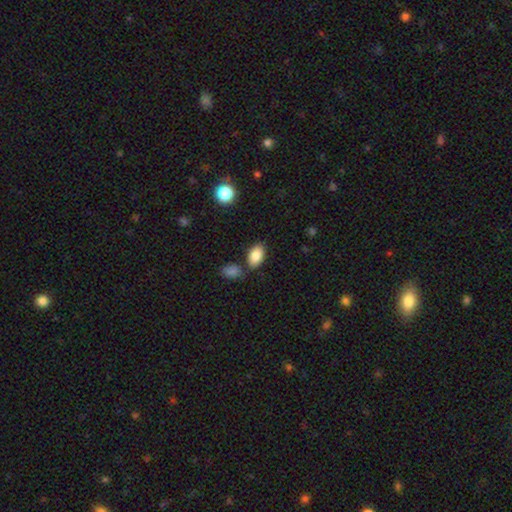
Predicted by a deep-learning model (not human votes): smooth-or-featured: smooth: 85% | star or artifact: 7% | featured or disk: 7%
  how-rounded: in between: 92% | round: 6% | cigar-shaped: 2%
  merging: none: 74% | minor disturbance: 13% | merger: 10% | major disturbance: 3%